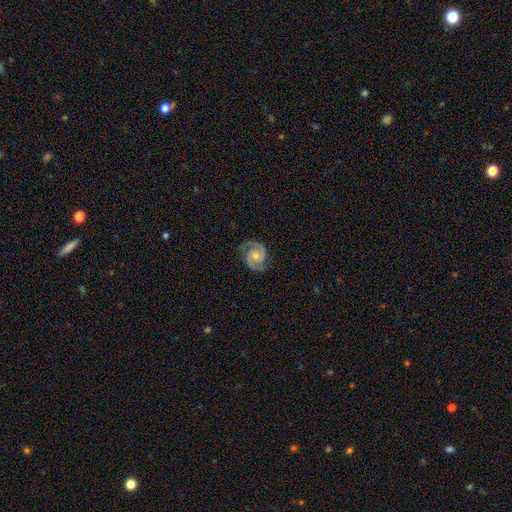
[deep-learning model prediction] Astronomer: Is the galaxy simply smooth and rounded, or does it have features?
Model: featured or disk — 91%.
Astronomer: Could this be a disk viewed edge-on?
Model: no — 98%.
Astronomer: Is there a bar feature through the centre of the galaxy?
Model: no — 68%.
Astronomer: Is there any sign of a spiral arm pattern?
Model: yes — 98%.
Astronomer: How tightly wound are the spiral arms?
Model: medium — 49% (runner-up: tight, 44%).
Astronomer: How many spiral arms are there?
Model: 2 — 94%.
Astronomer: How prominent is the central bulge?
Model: small — 49% (runner-up: moderate, 46%).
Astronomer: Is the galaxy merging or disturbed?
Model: none — 84%.